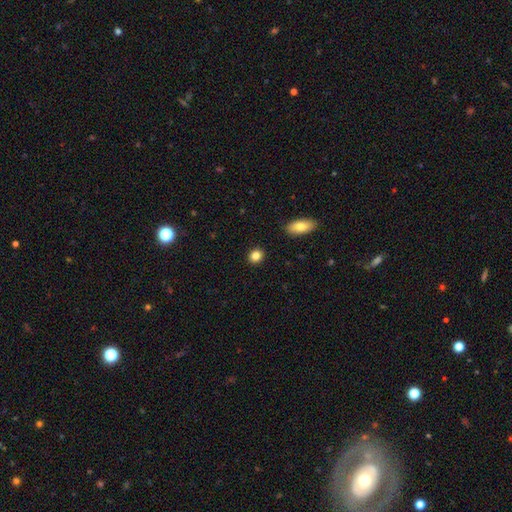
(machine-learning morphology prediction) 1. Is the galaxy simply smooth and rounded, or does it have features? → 85% smooth, 10% star or artifact, 6% featured or disk.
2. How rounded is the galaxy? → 69% round, 29% in between, 1% cigar-shaped.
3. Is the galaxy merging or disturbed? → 91% none, 6% minor disturbance, 2% major disturbance, 1% merger.